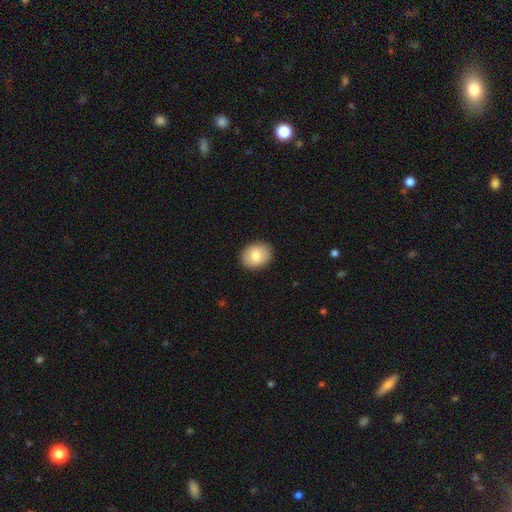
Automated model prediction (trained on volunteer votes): Morphology: type=smooth (80%); roundness=in between (53%); merging=none (91%).